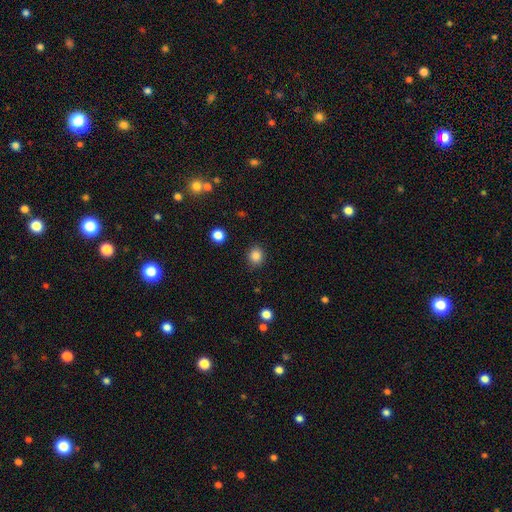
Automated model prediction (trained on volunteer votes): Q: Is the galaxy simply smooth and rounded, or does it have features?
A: smooth — 86%.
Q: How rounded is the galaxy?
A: round — 80%.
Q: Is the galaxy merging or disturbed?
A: none — 88%.